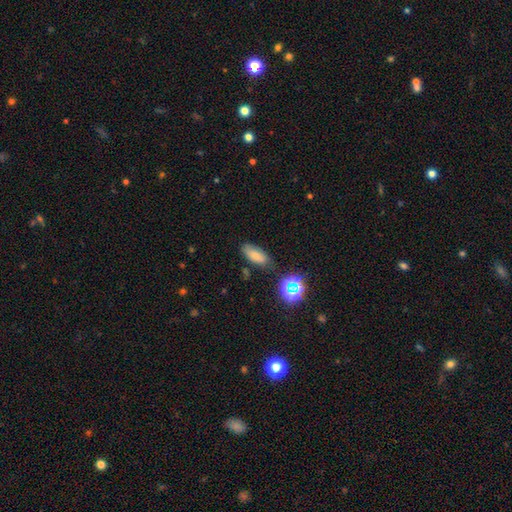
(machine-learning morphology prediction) A smooth galaxy with no disk features (74%) that is in between round and cigar-shaped (81%). Merging: none (73%).